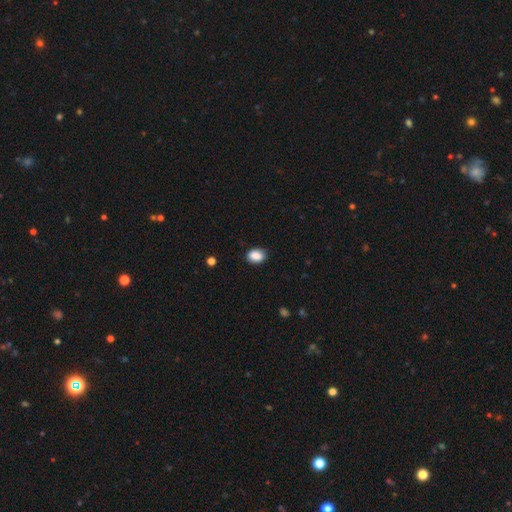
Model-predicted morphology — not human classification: Smooth or featured? smooth (89%)
How rounded? in between (75%)
Merging? none (84%)